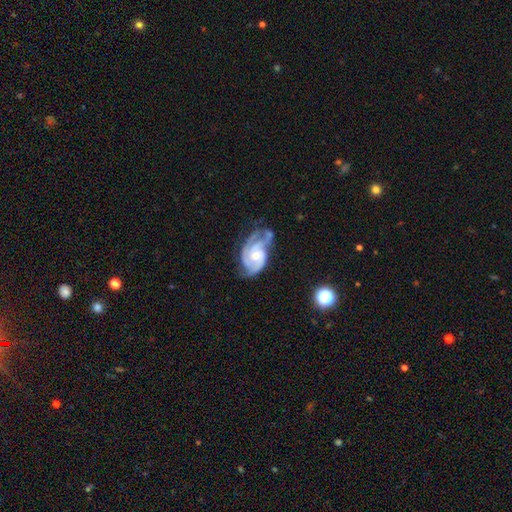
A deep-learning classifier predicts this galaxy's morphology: A featured or disk galaxy (85%) with no bar (70%), 2 (37%) tight (47%) spiral arms (95%) and a moderate central bulge (54%). Merging: none (43%).